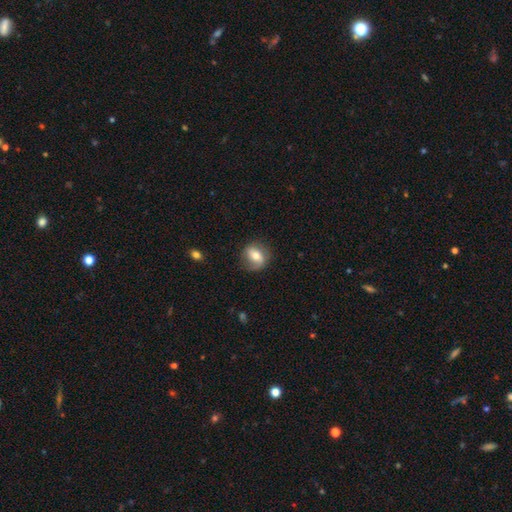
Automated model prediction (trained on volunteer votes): Overall: smooth (55%; featured or disk 37%). How rounded: round (57%; in between 41%). Merging: none (73%).